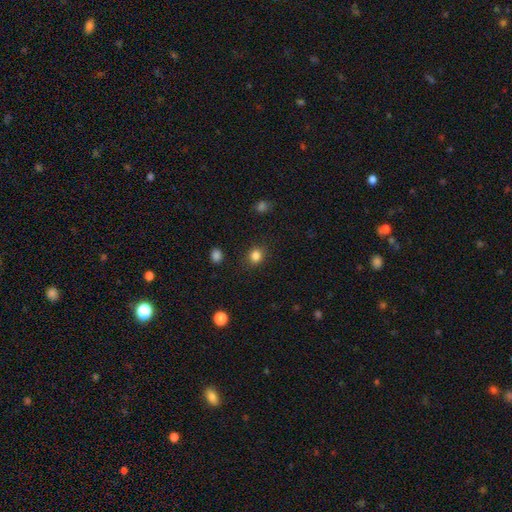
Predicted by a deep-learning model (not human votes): The model was most divided on "how rounded": round: 73%, in between: 26%, cigar-shaped: 1%. More confident: merging — none (85%); smooth or featured — smooth (84%).